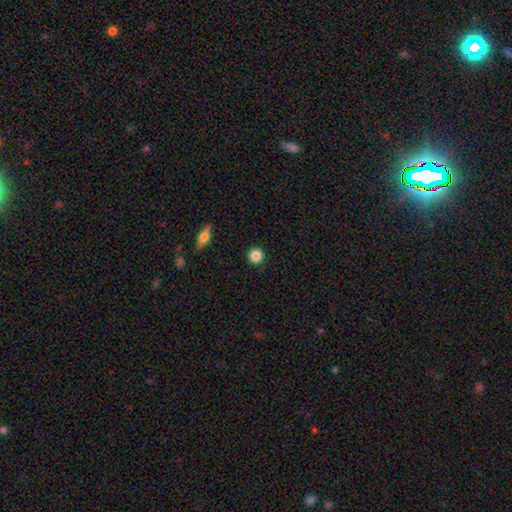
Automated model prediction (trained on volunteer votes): This appears to be a smooth galaxy with no disk features (86%) that is round (95%). Merging: none (92%).